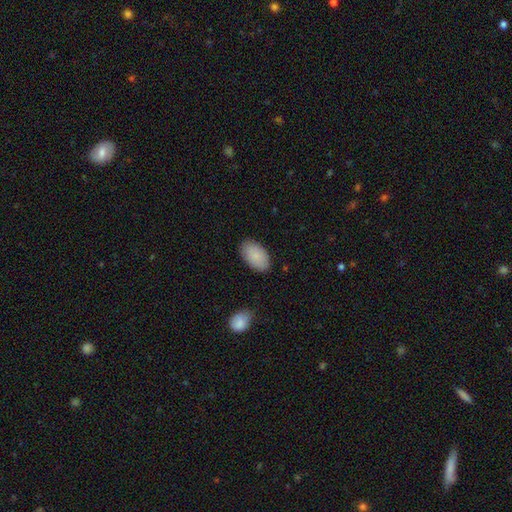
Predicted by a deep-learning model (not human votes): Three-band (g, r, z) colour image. It shows a smooth galaxy with no disk features (88%) that is in between round and cigar-shaped (95%). Merging: none (85%).